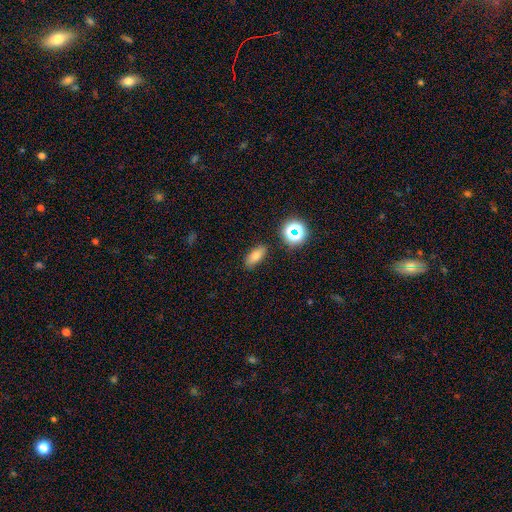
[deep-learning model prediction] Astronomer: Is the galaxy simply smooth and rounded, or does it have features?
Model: smooth — 73%.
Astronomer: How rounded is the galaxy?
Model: in between — 77%.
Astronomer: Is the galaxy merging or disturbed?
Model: none — 85%.